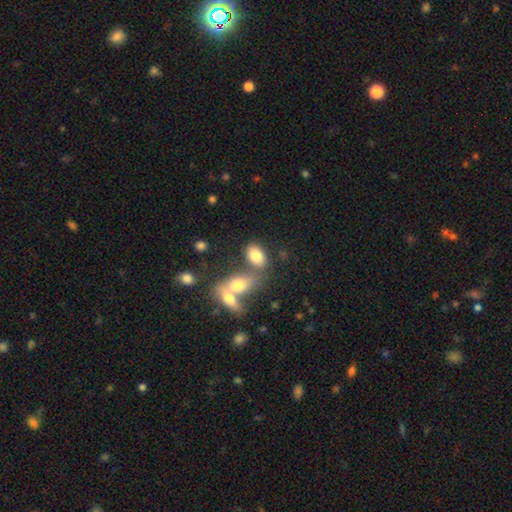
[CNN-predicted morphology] Smooth or featured: smooth — 79% (featured or disk — 12%)
How rounded: in between — 87% (round — 11%)
Merging: none — 48% (merger — 35%)